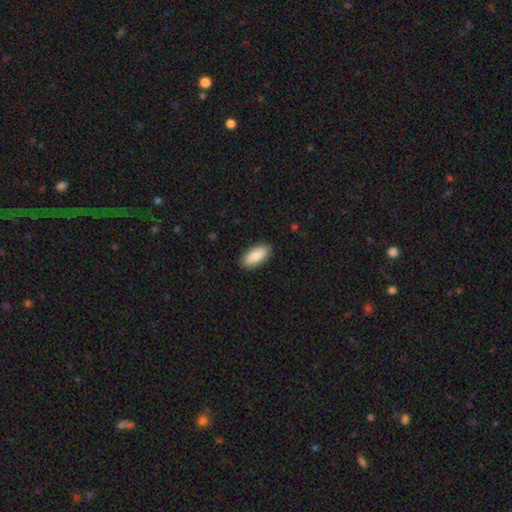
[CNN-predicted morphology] Smooth or featured?
  - smooth: 88% *
  - featured or disk: 7%
  - star or artifact: 6%
How rounded?
  - in between: 87% *
  - cigar-shaped: 12%
  - round: 2%
Merging?
  - none: 89% *
  - minor disturbance: 8%
  - major disturbance: 2%
  - merger: 1%